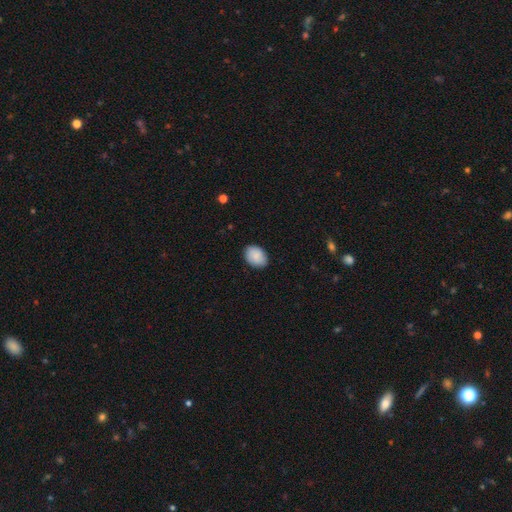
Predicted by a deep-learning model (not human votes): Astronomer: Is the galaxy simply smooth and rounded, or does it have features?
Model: smooth — 84%.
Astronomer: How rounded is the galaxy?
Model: in between — 70%.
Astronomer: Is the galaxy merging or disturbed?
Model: none — 84%.